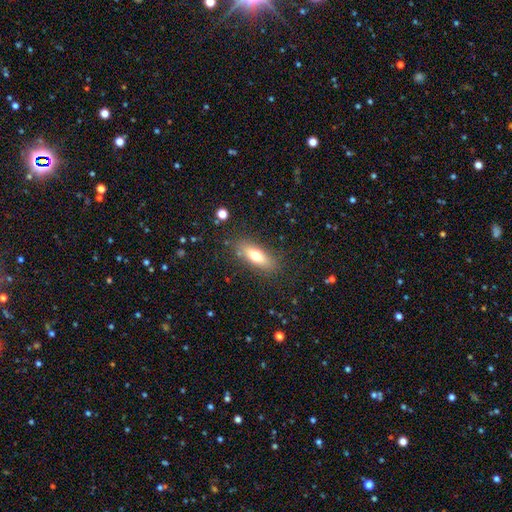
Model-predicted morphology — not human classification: The model was most divided on "how rounded": in between: 68%, cigar-shaped: 28%, round: 3%. More confident: merging — none (83%); smooth or featured — smooth (71%).